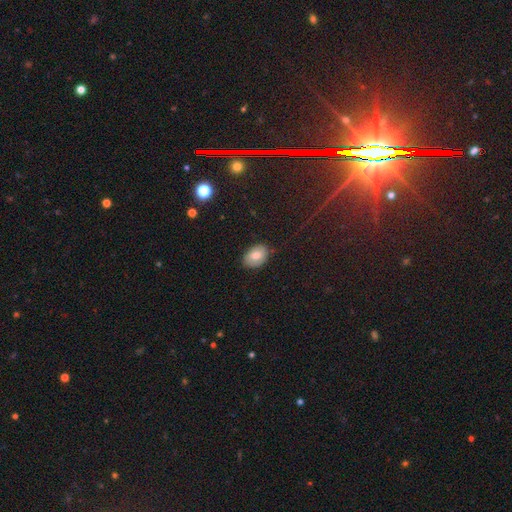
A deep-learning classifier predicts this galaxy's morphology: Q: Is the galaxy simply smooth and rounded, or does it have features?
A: smooth — 73%.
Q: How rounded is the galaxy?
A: in between — 83%.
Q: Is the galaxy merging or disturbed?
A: none — 81%.